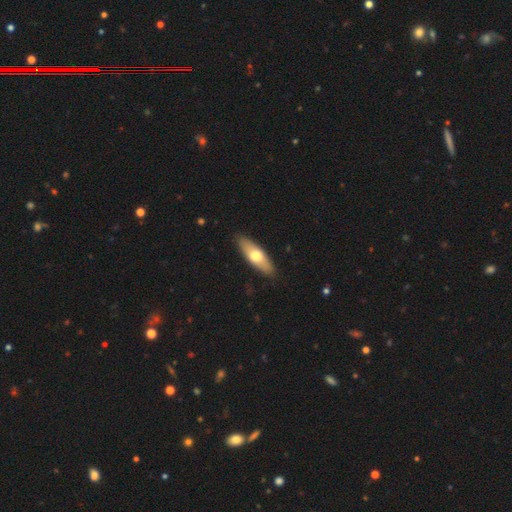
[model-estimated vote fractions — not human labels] Smooth or featured: smooth — 61% (featured or disk — 33%)
How rounded: in between — 56% (cigar-shaped — 41%)
Merging: none — 88% (minor disturbance — 9%)